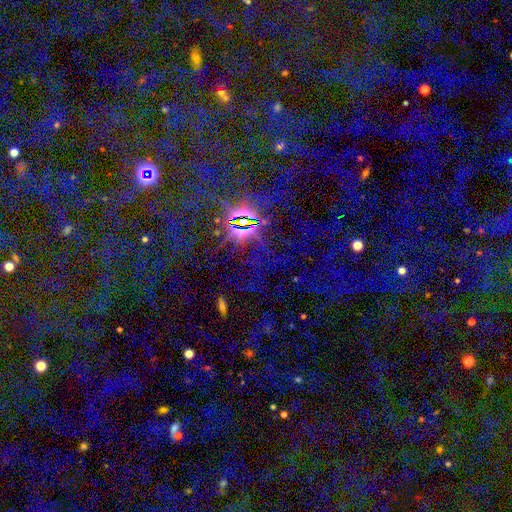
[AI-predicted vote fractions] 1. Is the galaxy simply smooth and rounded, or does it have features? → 78% star or artifact, 14% smooth, 8% featured or disk.